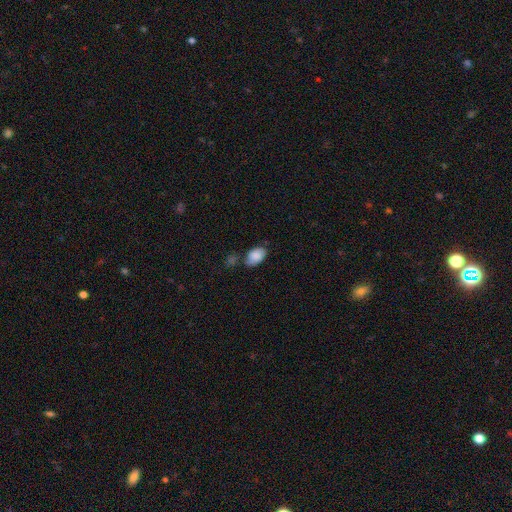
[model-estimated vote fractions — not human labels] Smooth or featured? smooth (85%)
How rounded? in between (90%)
Merging? none (56%)